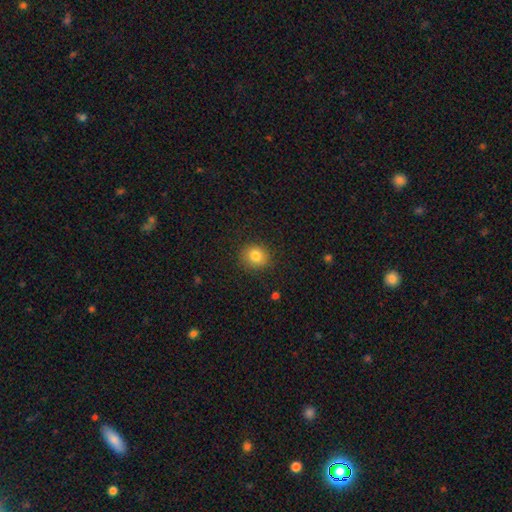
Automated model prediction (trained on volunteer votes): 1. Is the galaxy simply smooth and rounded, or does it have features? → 82% smooth, 11% star or artifact, 7% featured or disk.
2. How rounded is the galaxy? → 82% round, 17% in between, 1% cigar-shaped.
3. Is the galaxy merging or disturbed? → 88% none, 9% minor disturbance, 3% major disturbance, 1% merger.